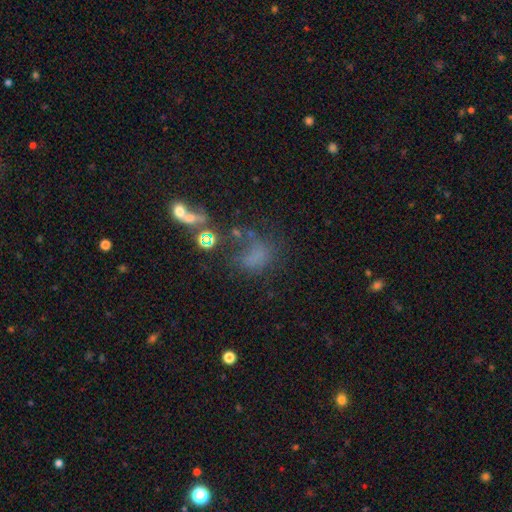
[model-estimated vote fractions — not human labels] This appears to be a smooth galaxy with no disk features (47%). Merging: major disturbance (35%).